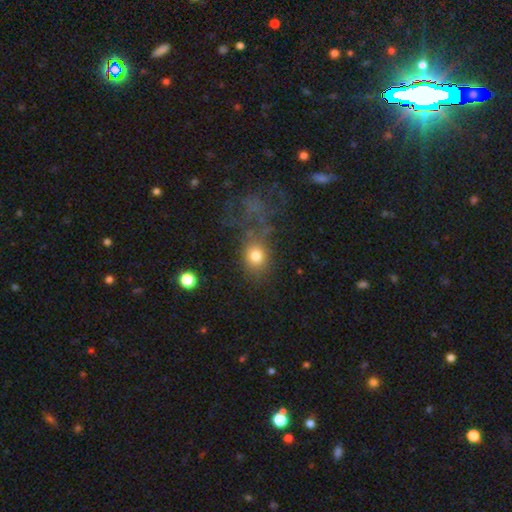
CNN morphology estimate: smooth 74%, star or artifact 14%, featured or disk 12%. Down the decision tree: how rounded — round (53%); merging — none (47%).